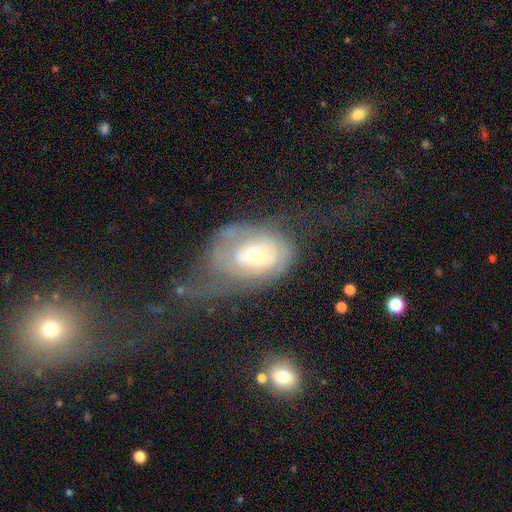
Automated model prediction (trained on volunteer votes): Smooth or featured?
  - featured or disk: 63% *
  - smooth: 28%
  - star or artifact: 8%
Edge-on disk?
  - no: 95% *
  - yes: 5%
Bar?
  - no: 66% *
  - weak: 28%
  - strong: 6%
Spiral arms?
  - yes: 65% *
  - no: 35%
Bulge size?
  - moderate: 57% *
  - small: 33%
  - large: 7%
  - dominant: 1%
  - none: 1%
Merging?
  - major disturbance: 48% *
  - none: 26%
  - minor disturbance: 22%
  - merger: 4%